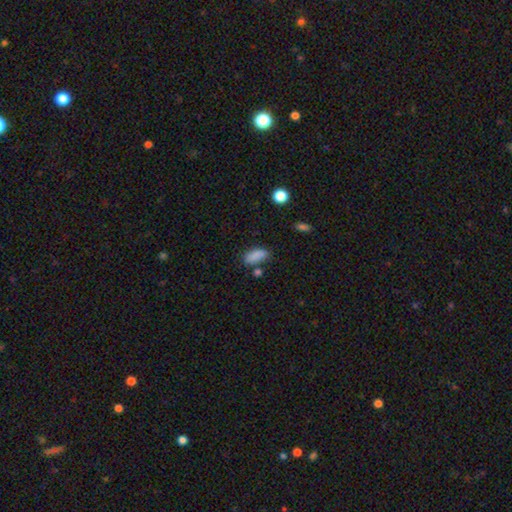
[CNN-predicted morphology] Smooth or featured? smooth (86%)
How rounded? in between (83%)
Merging? none (69%)